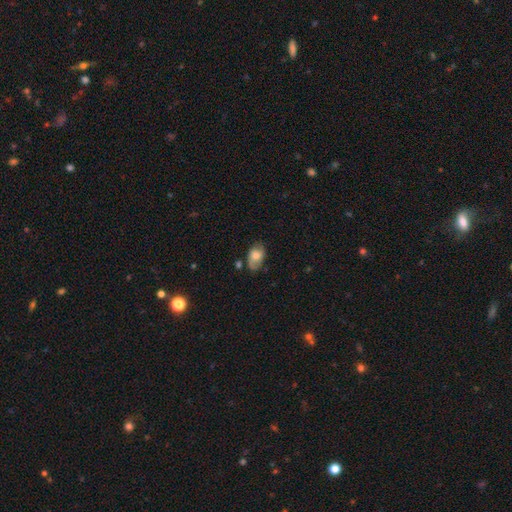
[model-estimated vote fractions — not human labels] A smooth galaxy with no disk features (64%) that is in between round and cigar-shaped (88%).

Vote fractions:
- Smooth or featured? smooth: 64% / featured or disk: 28% / star or artifact: 8%
- How rounded? in between: 88% / round: 11% / cigar-shaped: 2%
- Merging? none: 61% / minor disturbance: 28% / major disturbance: 8% / merger: 4%